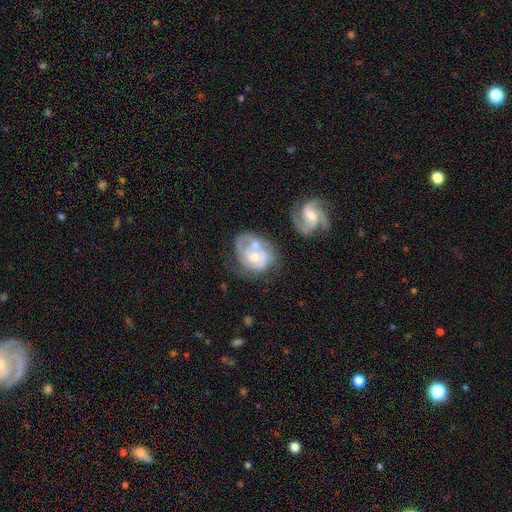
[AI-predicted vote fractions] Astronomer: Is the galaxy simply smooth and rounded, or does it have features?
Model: featured or disk — 76%.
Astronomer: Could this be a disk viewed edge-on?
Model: no — 98%.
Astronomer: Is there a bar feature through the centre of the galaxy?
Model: no — 73%.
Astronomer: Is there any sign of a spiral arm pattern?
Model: yes — 82%.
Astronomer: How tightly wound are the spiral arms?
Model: tight — 48% (runner-up: medium, 38%).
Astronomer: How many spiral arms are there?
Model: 2 — 42% (runner-up: can't tell, 27%).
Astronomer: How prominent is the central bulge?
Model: moderate — 57%.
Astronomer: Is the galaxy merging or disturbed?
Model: none — 33% (runner-up: merger, 32%).